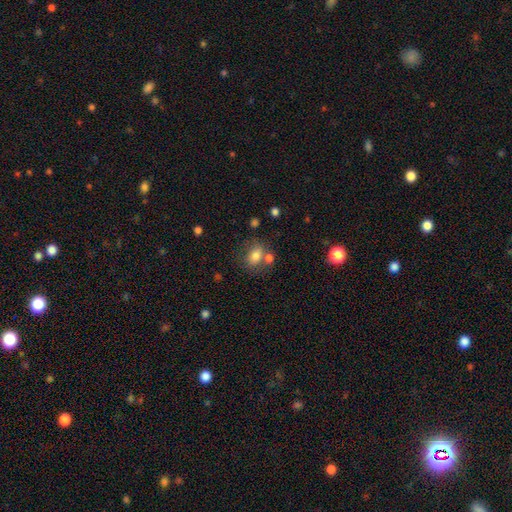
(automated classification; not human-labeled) A smooth galaxy with no disk features (77%) that is in between round and cigar-shaped (68%). Merging: none (50%).